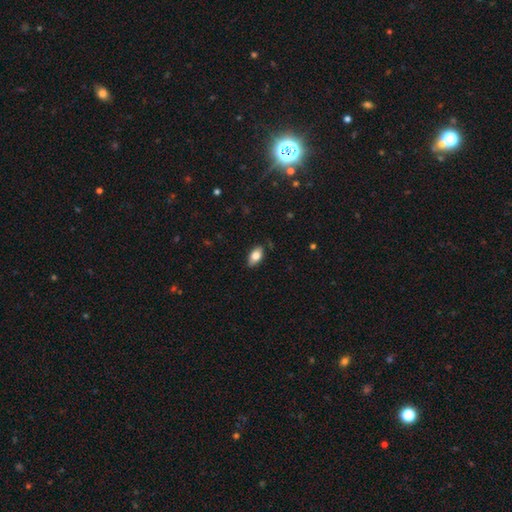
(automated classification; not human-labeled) Q: Smooth or featured?
A: smooth (79%); runner-up: featured or disk (14%)
Q: How rounded?
A: in between (91%); runner-up: round (5%)
Q: Merging?
A: none (84%); runner-up: minor disturbance (12%)